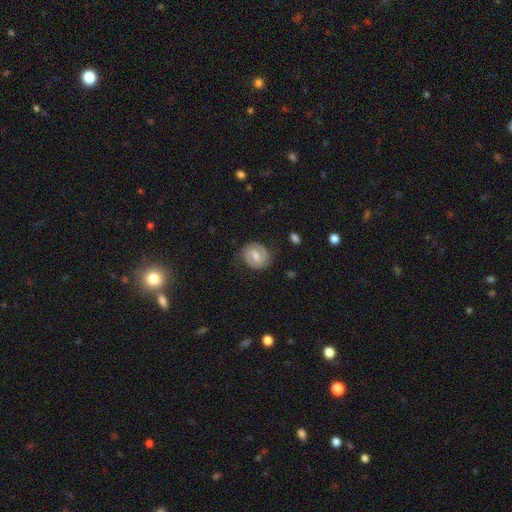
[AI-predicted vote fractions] A featured or disk galaxy (69%) with a weak bar (56%), 2 (85%) tight (44%) spiral arms (88%) and a moderate central bulge (58%). Merging: none (81%).